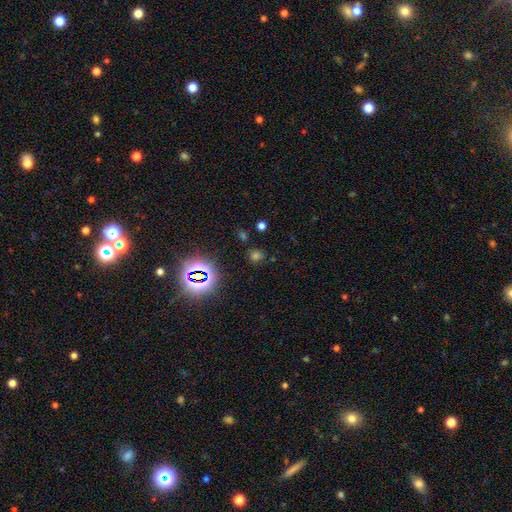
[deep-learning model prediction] This appears to be a star or artifact, not a galaxy (48%).